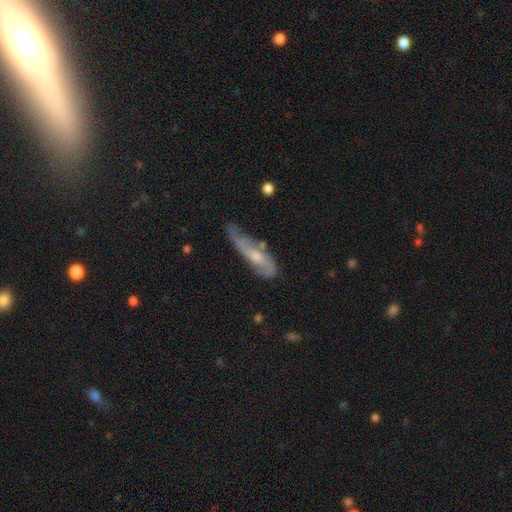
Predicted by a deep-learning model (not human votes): Overall: featured or disk (62%; smooth 31%). Edge-on disk: no (71%). Merging: none (45%; minor disturbance 36%).